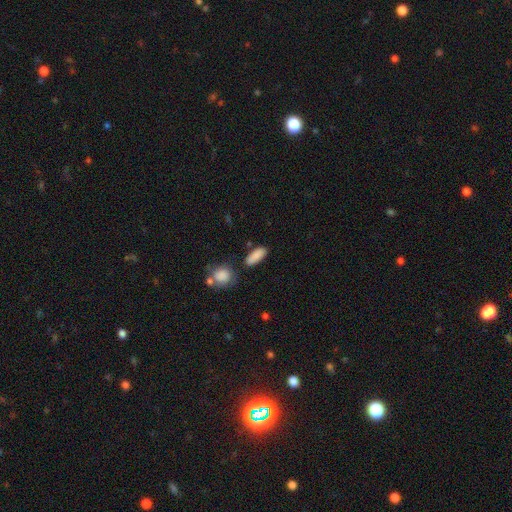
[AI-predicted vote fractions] smooth-or-featured: smooth: 87% | star or artifact: 8% | featured or disk: 5%
  how-rounded: in between: 73% | cigar-shaped: 24% | round: 4%
  merging: none: 77% | minor disturbance: 13% | merger: 6% | major disturbance: 4%